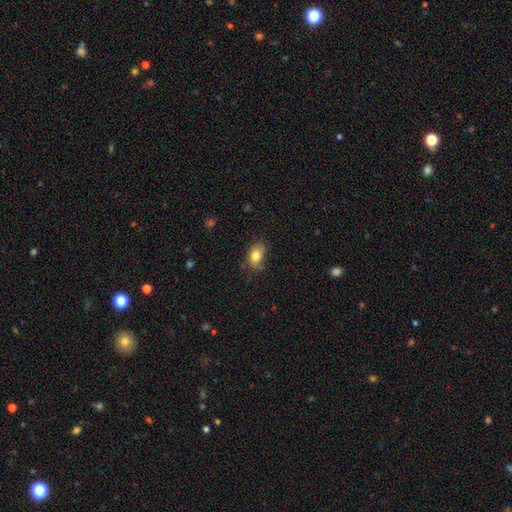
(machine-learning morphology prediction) Smooth or featured? smooth (80%)
How rounded? in between (77%)
Merging? none (55%)